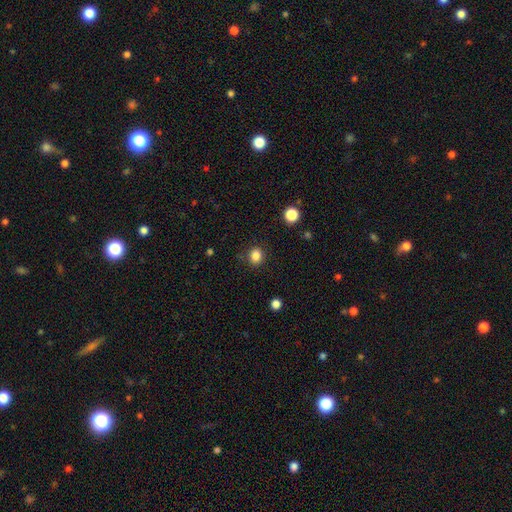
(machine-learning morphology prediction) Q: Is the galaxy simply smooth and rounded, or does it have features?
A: smooth — 84%.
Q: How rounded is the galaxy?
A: round — 79%.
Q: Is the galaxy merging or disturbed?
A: none — 87%.